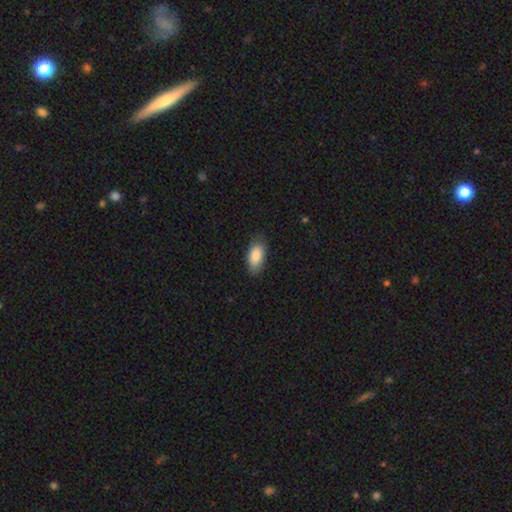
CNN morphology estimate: This appears to be a smooth galaxy with no disk features (87%) that is in between round and cigar-shaped (92%). Merging: none (80%).